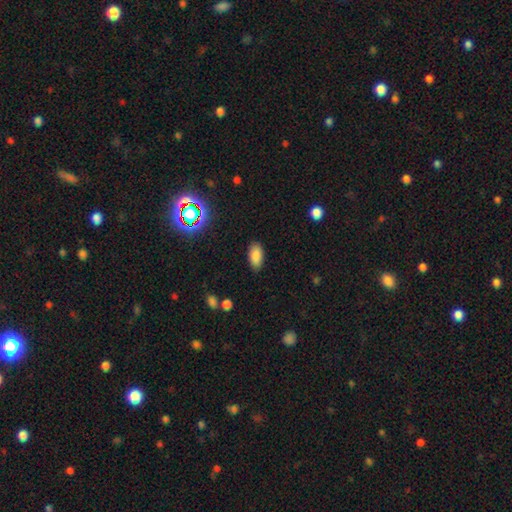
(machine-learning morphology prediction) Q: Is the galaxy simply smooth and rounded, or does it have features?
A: smooth — 85%.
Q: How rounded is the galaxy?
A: in between — 93%.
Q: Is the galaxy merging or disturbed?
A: none — 86%.